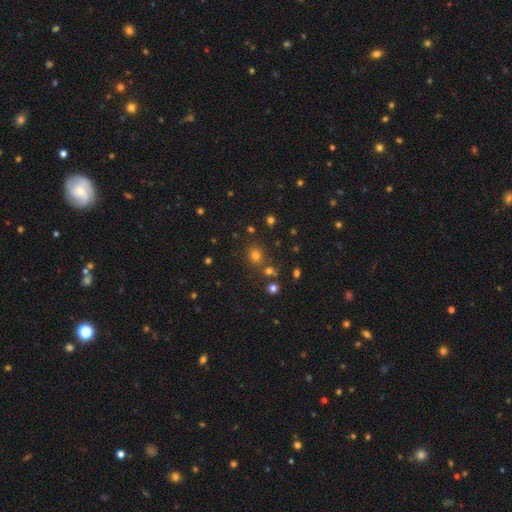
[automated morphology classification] A smooth galaxy with no disk features (64%) that is round (88%).

Vote fractions:
- Smooth or featured? smooth: 64% / star or artifact: 29% / featured or disk: 7%
- How rounded? round: 88% / in between: 11% / cigar-shaped: 1%
- Merging? none: 76% / merger: 12% / minor disturbance: 8% / major disturbance: 4%